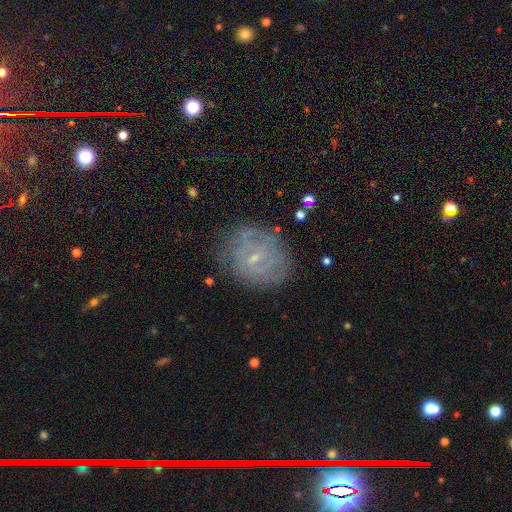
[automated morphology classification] Overall: featured or disk (59%; smooth 27%). Edge-on disk: no (96%). Bar: no (48%; weak 42%). Spiral arms: yes (72%). Bulge size: small (78%). Merging: none (74%).